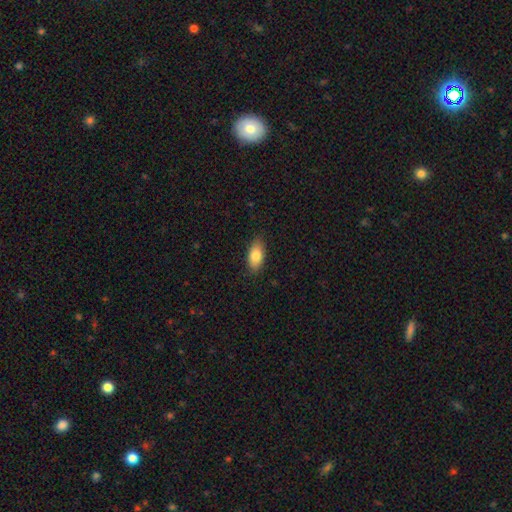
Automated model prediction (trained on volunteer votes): Smooth or featured?
  - smooth: 83% *
  - featured or disk: 10%
  - star or artifact: 7%
How rounded?
  - in between: 90% *
  - cigar-shaped: 6%
  - round: 4%
Merging?
  - none: 86% *
  - minor disturbance: 11%
  - major disturbance: 2%
  - merger: 1%